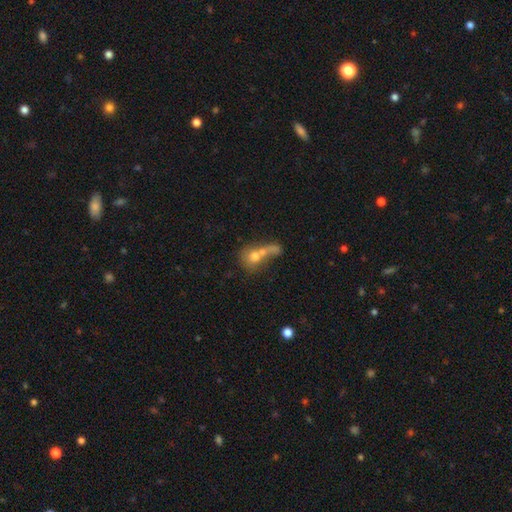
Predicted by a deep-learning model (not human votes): A smooth galaxy with no disk features (58%) that is round (57%). Merging: merger (57%).